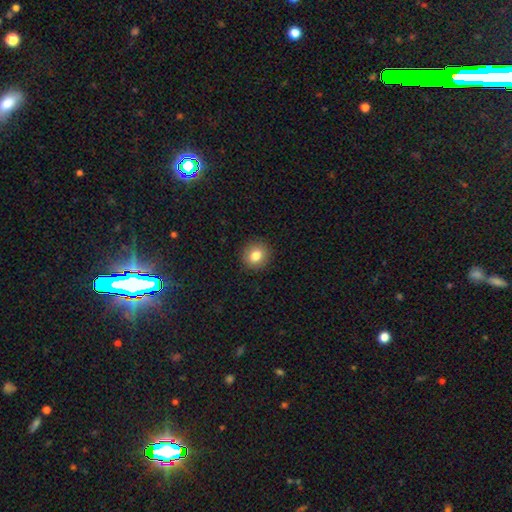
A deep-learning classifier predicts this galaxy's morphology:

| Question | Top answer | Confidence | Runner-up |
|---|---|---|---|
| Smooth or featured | smooth | 82% | star or artifact (10%) |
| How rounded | round | 86% | in between (13%) |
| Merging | none | 91% | minor disturbance (6%) |